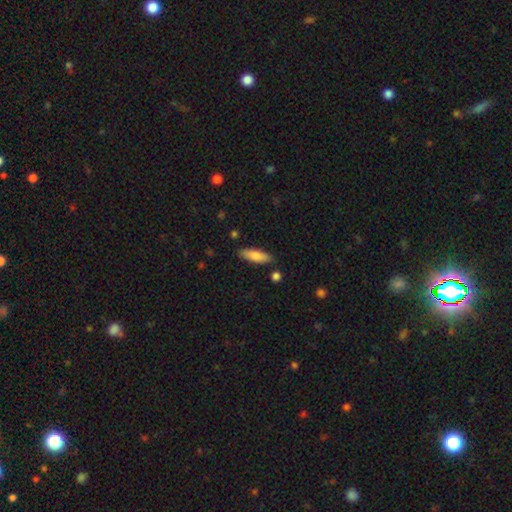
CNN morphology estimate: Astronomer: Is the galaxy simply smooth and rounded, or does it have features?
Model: smooth — 81%.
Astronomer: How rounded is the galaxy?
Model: in between — 52% (runner-up: cigar-shaped, 47%).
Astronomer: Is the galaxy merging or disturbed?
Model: none — 85%.